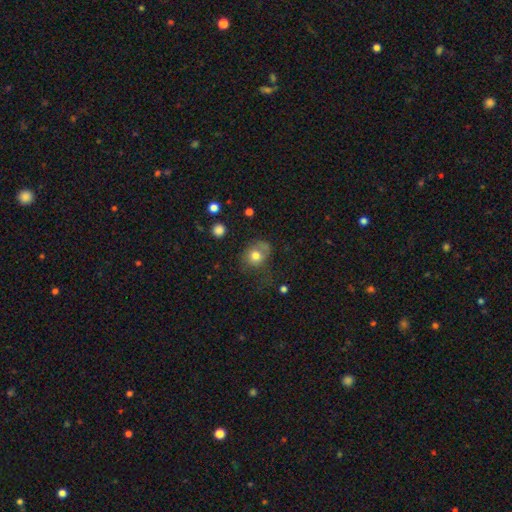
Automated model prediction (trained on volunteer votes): A smooth galaxy with no disk features (72%) that is round (66%).

Vote fractions:
- Smooth or featured? smooth: 72% / featured or disk: 18% / star or artifact: 10%
- How rounded? round: 66% / in between: 33% / cigar-shaped: 1%
- Merging? none: 45% / minor disturbance: 26% / major disturbance: 25% / merger: 4%